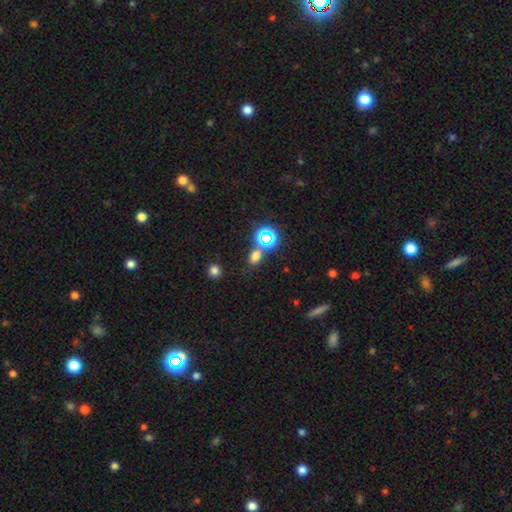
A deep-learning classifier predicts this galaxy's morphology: A smooth galaxy with no disk features (64%) that is in between round and cigar-shaped (65%).

Vote fractions:
- Smooth or featured? smooth: 64% / star or artifact: 30% / featured or disk: 7%
- How rounded? in between: 65% / round: 32% / cigar-shaped: 2%
- Merging? none: 71% / merger: 15% / minor disturbance: 10% / major disturbance: 4%